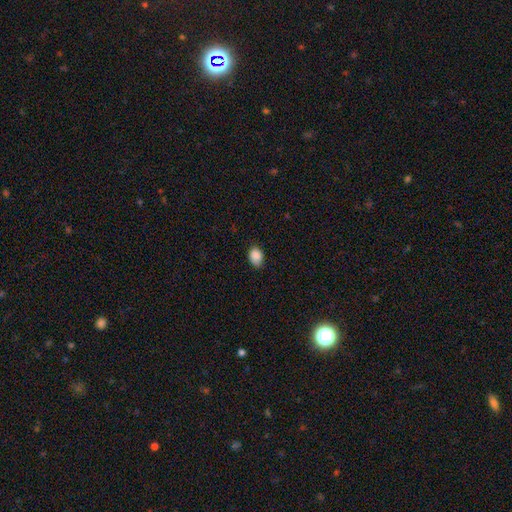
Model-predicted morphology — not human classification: Q: Smooth or featured?
A: smooth (88%); runner-up: star or artifact (9%)
Q: How rounded?
A: in between (72%); runner-up: round (27%)
Q: Merging?
A: none (75%); runner-up: minor disturbance (21%)